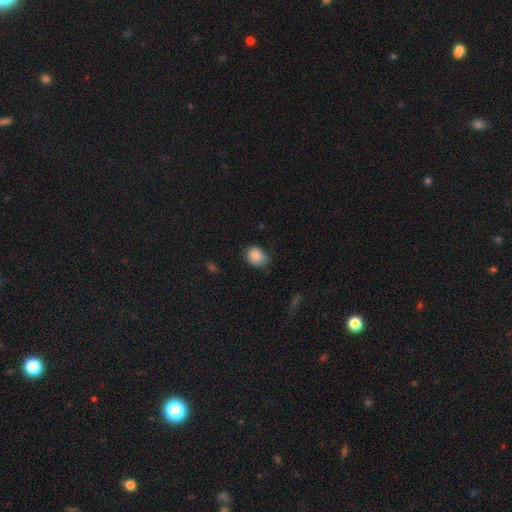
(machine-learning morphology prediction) Smooth or featured?
  - smooth: 85% *
  - star or artifact: 8%
  - featured or disk: 6%
How rounded?
  - in between: 50% *
  - round: 49%
  - cigar-shaped: 1%
Merging?
  - none: 55% *
  - minor disturbance: 35%
  - major disturbance: 8%
  - merger: 2%